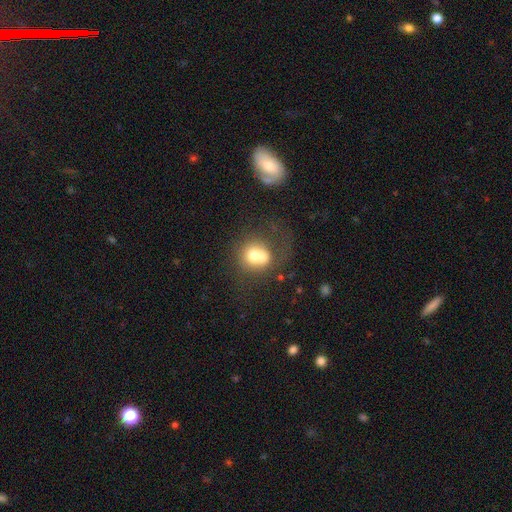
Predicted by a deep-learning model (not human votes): This appears to be a smooth galaxy with no disk features (62%) that is round (78%). Merging: merger (55%).